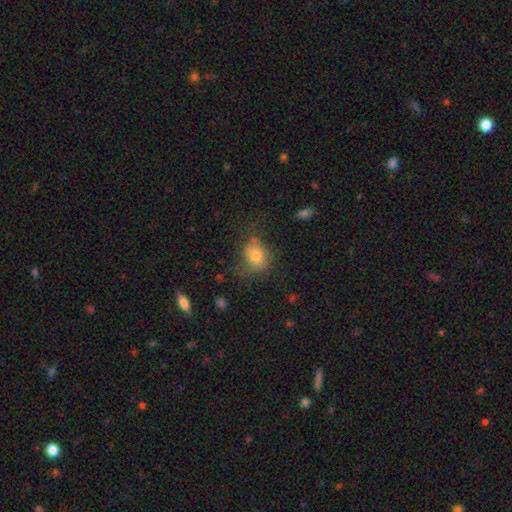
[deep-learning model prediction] Q: Smooth or featured?
A: smooth (75%); runner-up: featured or disk (13%)
Q: How rounded?
A: in between (49%); tied with: round (49%)
Q: Merging?
A: none (53%); runner-up: minor disturbance (26%)